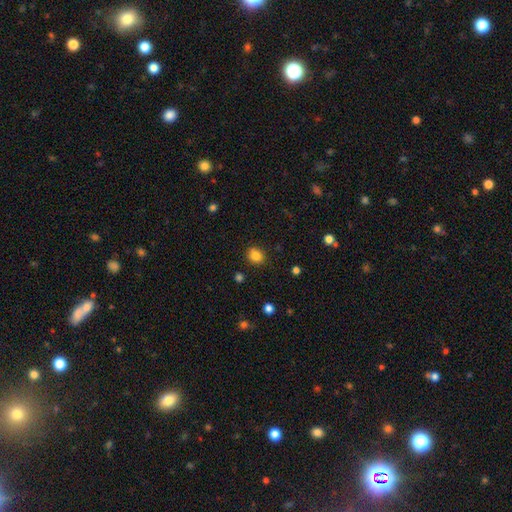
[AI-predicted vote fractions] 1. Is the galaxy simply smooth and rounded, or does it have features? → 83% smooth, 11% star or artifact, 6% featured or disk.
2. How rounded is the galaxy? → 68% round, 31% in between, 1% cigar-shaped.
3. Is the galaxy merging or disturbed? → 87% none, 9% minor disturbance, 2% major disturbance, 2% merger.